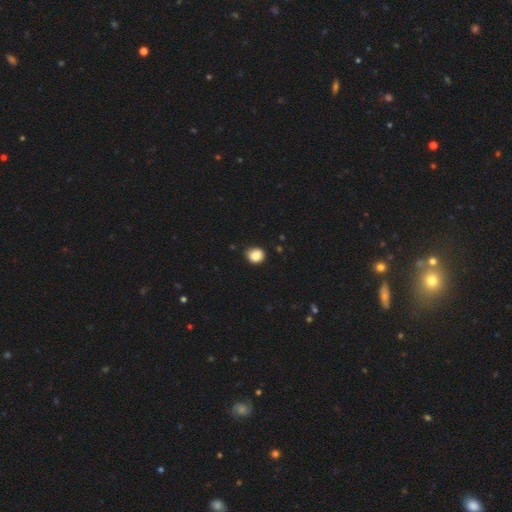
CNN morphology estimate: A smooth galaxy with no disk features (87%) that is round (75%).

Vote fractions:
- Smooth or featured? smooth: 87% / star or artifact: 9% / featured or disk: 3%
- How rounded? round: 75% / in between: 24% / cigar-shaped: 1%
- Merging? none: 80% / minor disturbance: 16% / major disturbance: 3% / merger: 1%